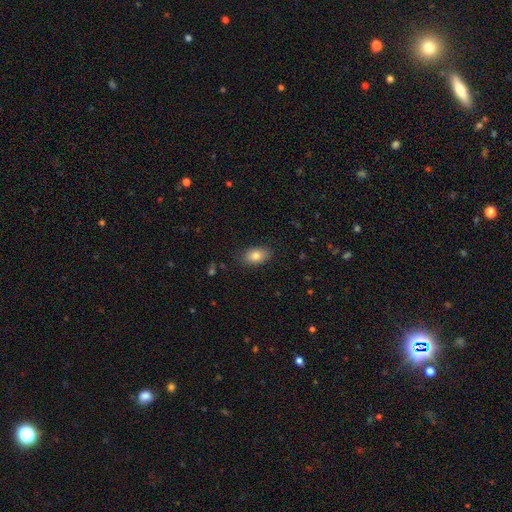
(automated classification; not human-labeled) A smooth galaxy with no disk features (81%) that is in between round and cigar-shaped (87%).

Vote fractions:
- Smooth or featured? smooth: 81% / featured or disk: 10% / star or artifact: 8%
- How rounded? in between: 87% / round: 11% / cigar-shaped: 2%
- Merging? none: 85% / minor disturbance: 12% / major disturbance: 3% / merger: 1%